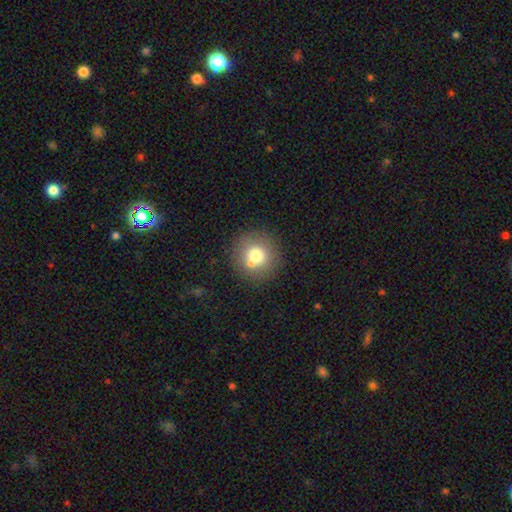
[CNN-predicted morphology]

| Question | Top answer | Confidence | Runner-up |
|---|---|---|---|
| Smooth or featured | smooth | 71% | featured or disk (17%) |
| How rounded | round | 93% | in between (6%) |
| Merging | none | 73% | merger (14%) |